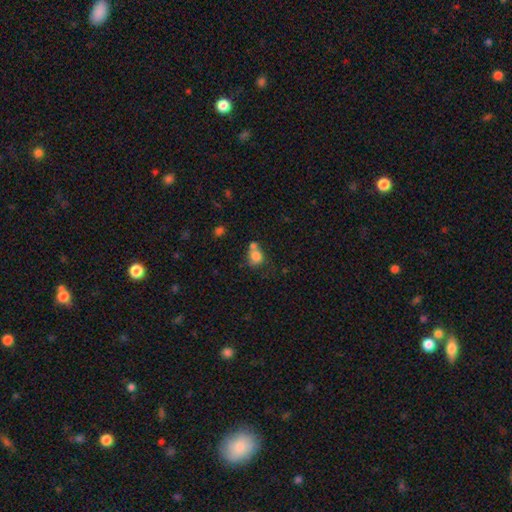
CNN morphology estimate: Q: Smooth or featured?
A: smooth (77%); runner-up: featured or disk (12%)
Q: How rounded?
A: round (61%); runner-up: in between (37%)
Q: Merging?
A: merger (43%); runner-up: none (34%)